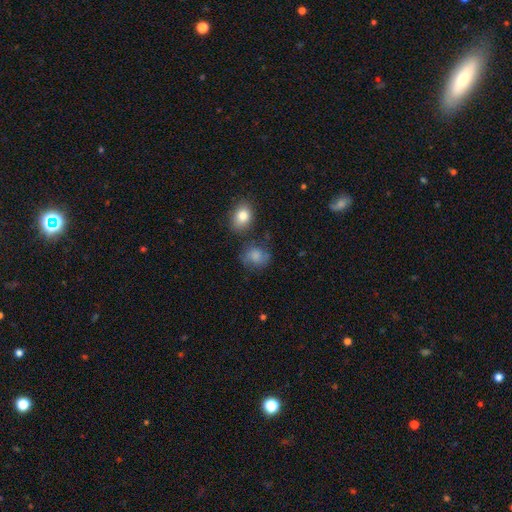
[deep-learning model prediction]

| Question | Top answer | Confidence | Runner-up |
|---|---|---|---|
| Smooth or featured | smooth | 75% | featured or disk (14%) |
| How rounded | round | 64% | in between (35%) |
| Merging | none | 59% | minor disturbance (23%) |